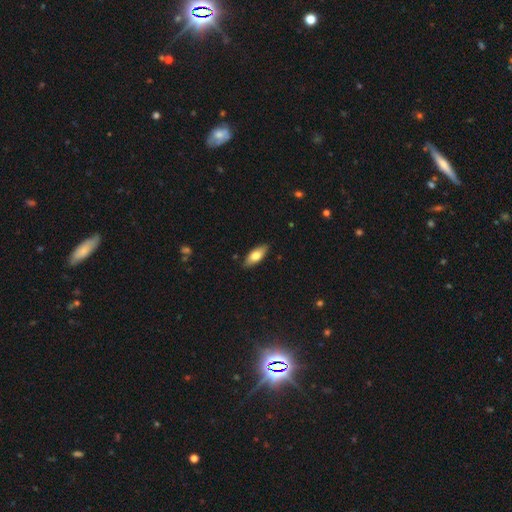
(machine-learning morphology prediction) Smooth or featured? smooth (74%)
How rounded? in between (80%)
Merging? none (87%)